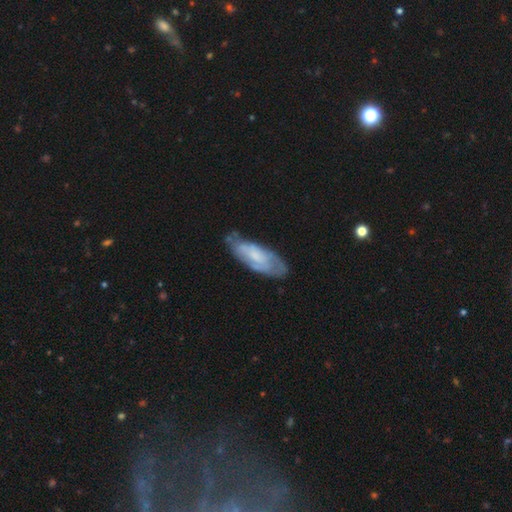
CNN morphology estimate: smooth_or_featured: featured or disk (p=0.49) [alt: smooth p=0.44]
merging: none (p=0.59) [alt: minor disturbance p=0.29]